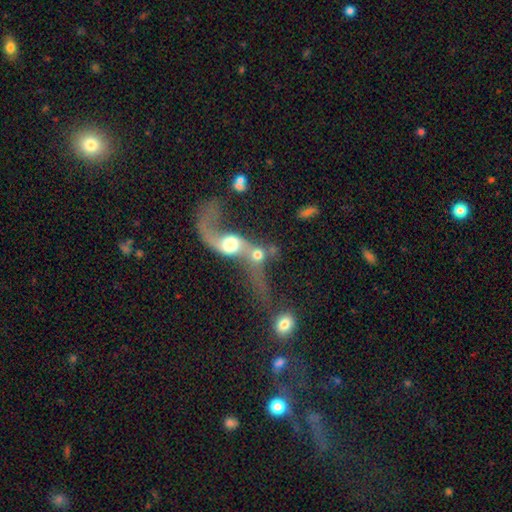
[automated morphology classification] featured or disk 64%, smooth 25%, star or artifact 11%. Down the decision tree: edge-on disk — no (90%); bar — no (69%); spiral arms — yes (75%); bulge size — moderate (48%); merging — merger (54%).